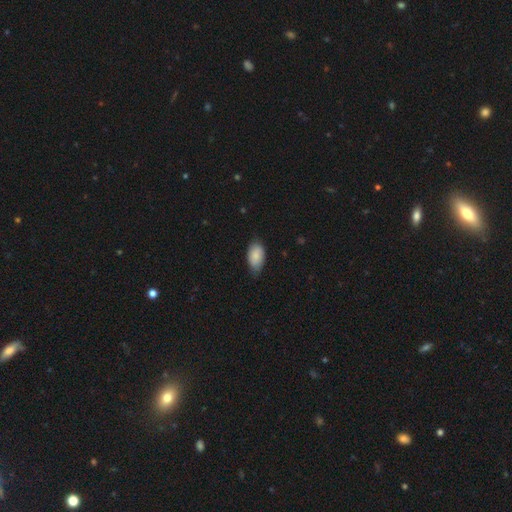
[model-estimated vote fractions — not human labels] A smooth galaxy with no disk features (84%) that is in between round and cigar-shaped (93%). Merging: none (69%).